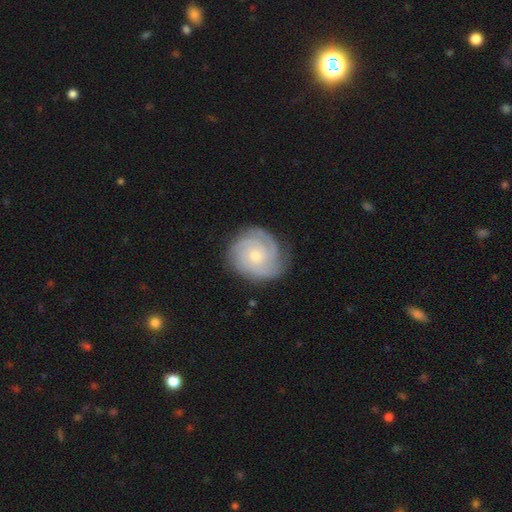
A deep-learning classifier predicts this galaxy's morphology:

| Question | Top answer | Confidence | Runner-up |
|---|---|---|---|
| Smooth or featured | featured or disk | 84% | smooth (11%) |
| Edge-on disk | no | 98% | yes (2%) |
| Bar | no | 76% | weak (21%) |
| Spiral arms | yes | 97% | no (3%) |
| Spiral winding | tight | 76% | medium (21%) |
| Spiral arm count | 3 | 40% | can't tell (19%) |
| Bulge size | small | 60% | moderate (37%) |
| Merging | none | 80% | minor disturbance (15%) |